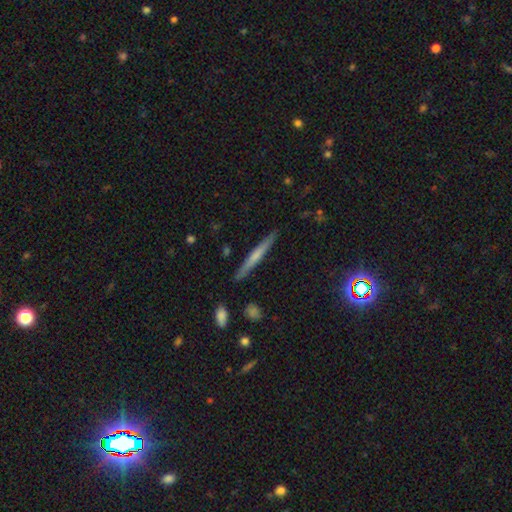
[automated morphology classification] The model was most divided on "smooth or featured": smooth: 48%, featured or disk: 45%, star or artifact: 7%. More confident: merging — none (90%).